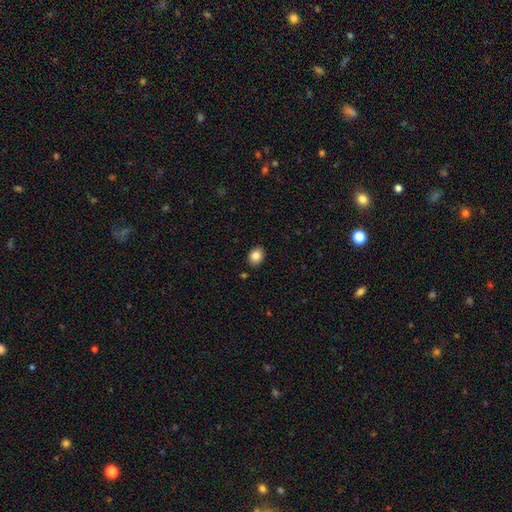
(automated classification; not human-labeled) smooth_or_featured: smooth (p=0.84) [alt: star or artifact p=0.09]
how_rounded: in between (p=0.59) [alt: round p=0.41]
merging: none (p=0.88) [alt: minor disturbance p=0.08]